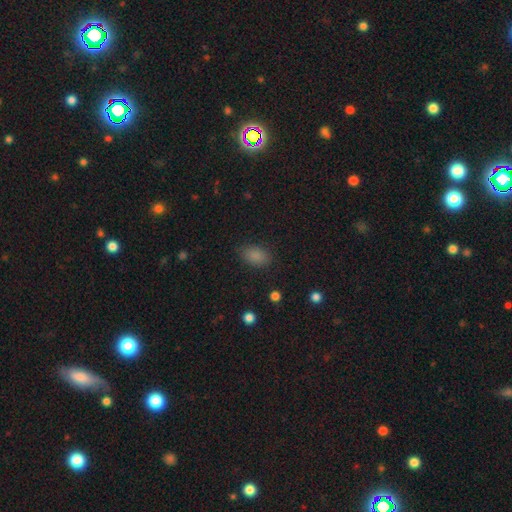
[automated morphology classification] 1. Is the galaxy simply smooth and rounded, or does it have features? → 84% smooth, 11% star or artifact, 4% featured or disk.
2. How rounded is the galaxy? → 86% in between, 13% round, 2% cigar-shaped.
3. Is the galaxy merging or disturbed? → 83% none, 12% minor disturbance, 4% major disturbance, 1% merger.